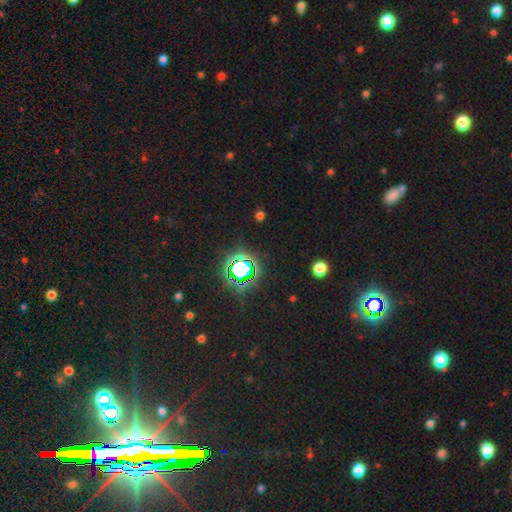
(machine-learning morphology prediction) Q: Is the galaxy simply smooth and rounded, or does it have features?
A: star or artifact — 82%.